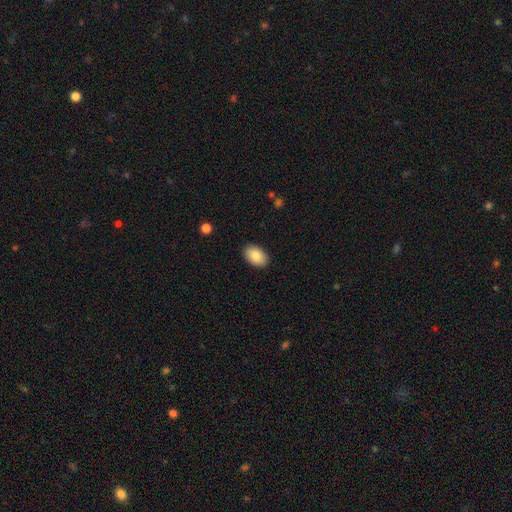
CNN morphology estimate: Smooth or featured? smooth (86%)
How rounded? in between (91%)
Merging? none (89%)